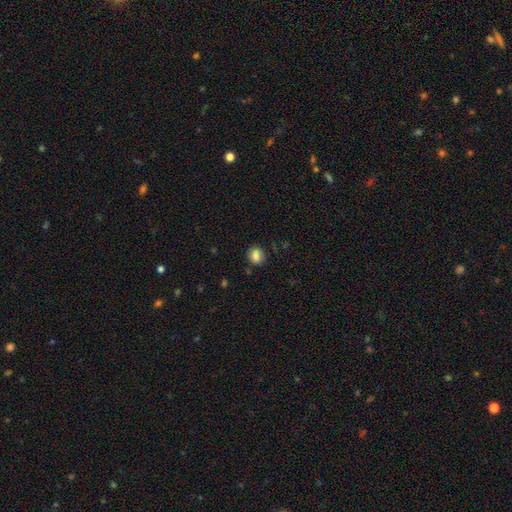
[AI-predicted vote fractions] Q: Smooth or featured?
A: smooth (82%); runner-up: star or artifact (10%)
Q: How rounded?
A: round (64%); runner-up: in between (35%)
Q: Merging?
A: none (82%); runner-up: minor disturbance (13%)